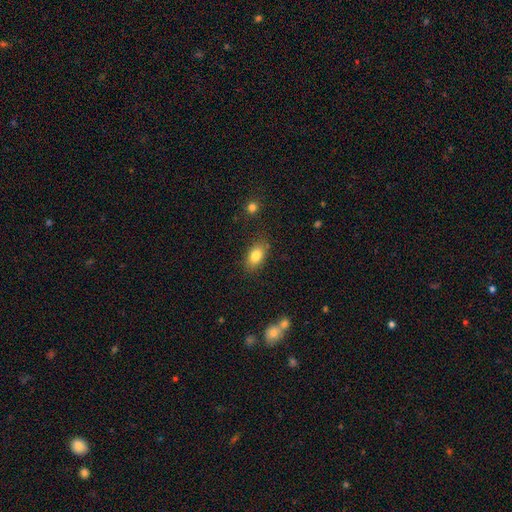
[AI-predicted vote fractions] Overall: smooth (82%). How rounded: in between (86%). Merging: none (82%).